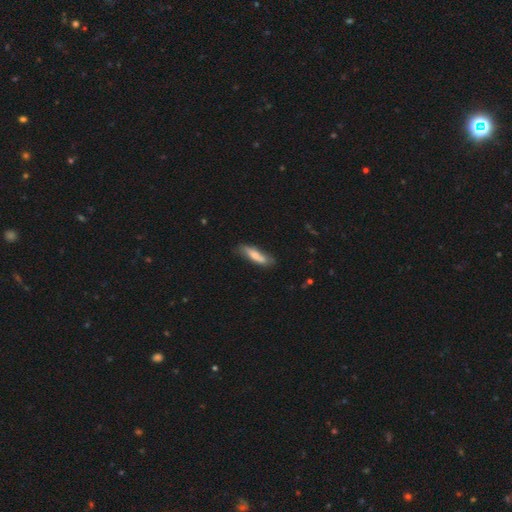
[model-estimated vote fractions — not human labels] Smooth or featured?
  - smooth: 70% *
  - featured or disk: 24%
  - star or artifact: 6%
How rounded?
  - cigar-shaped: 67% *
  - in between: 31%
  - round: 2%
Merging?
  - none: 67% *
  - minor disturbance: 23%
  - major disturbance: 5%
  - merger: 4%